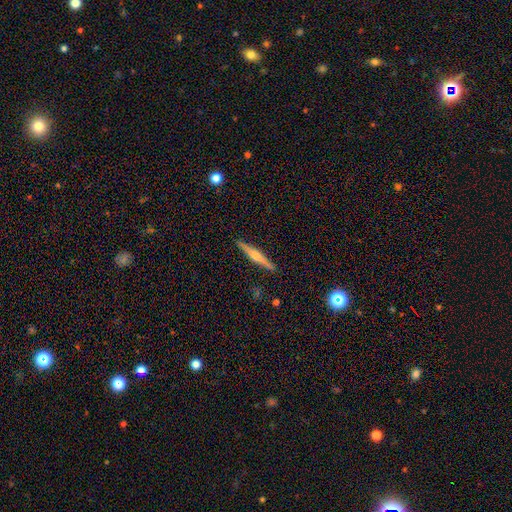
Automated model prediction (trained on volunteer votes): This appears to be a featured or disk galaxy (63%) viewed edge-on (98%) with a rounded central bulge (75%). Merging: none (91%).